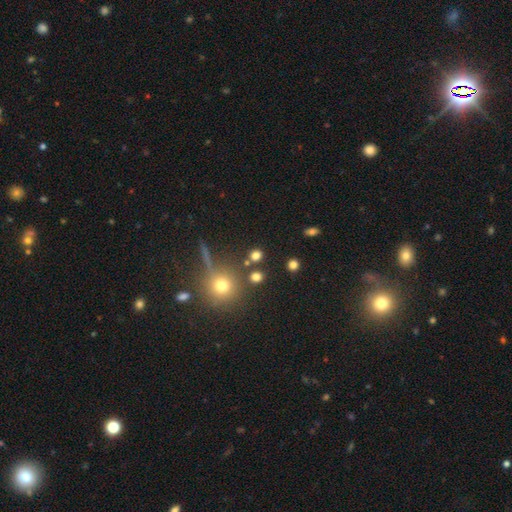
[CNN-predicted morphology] A smooth galaxy with no disk features (72%) that is round (85%).

Vote fractions:
- Smooth or featured? smooth: 72% / star or artifact: 21% / featured or disk: 7%
- How rounded? round: 85% / in between: 13% / cigar-shaped: 2%
- Merging? none: 82% / merger: 8% / minor disturbance: 7% / major disturbance: 3%